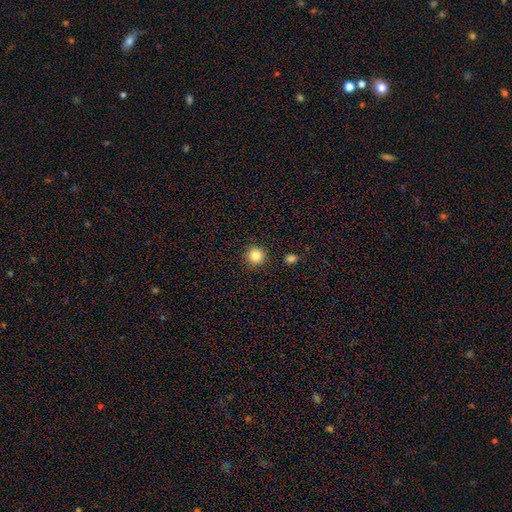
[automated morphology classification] smooth 85%, star or artifact 11%, featured or disk 5%. Down the decision tree: how rounded — round (95%); merging — none (90%).